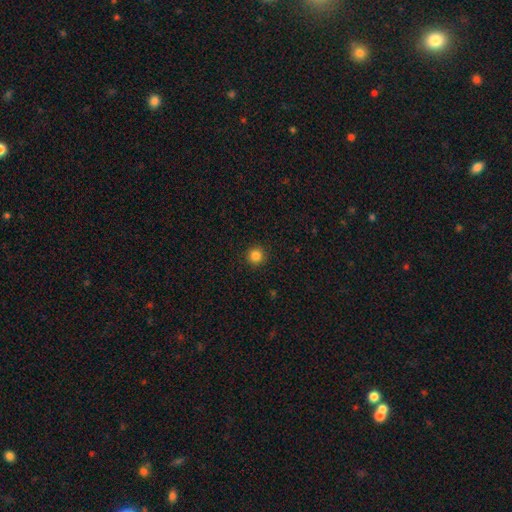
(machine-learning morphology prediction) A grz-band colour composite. It shows a smooth galaxy with no disk features (84%) that is round (95%). Merging: none (92%).